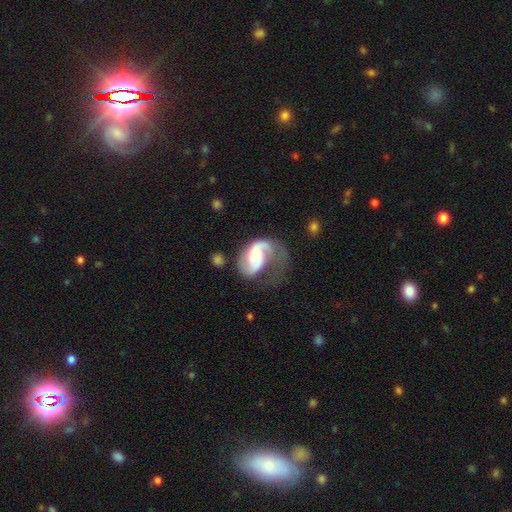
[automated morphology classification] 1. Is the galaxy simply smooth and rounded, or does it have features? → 74% featured or disk, 20% smooth, 6% star or artifact.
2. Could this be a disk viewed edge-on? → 98% no, 2% yes.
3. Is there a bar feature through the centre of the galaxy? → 54% no, 34% weak, 12% strong.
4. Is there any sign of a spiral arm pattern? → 91% yes, 9% no.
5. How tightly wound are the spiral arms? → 42% loose, 39% medium, 19% tight.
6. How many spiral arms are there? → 49% 1, 42% 2, 5% can't tell, 1% 3, 1% 4, 1% more than 4.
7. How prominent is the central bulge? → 28% small, 25% none, 23% moderate, 18% large, 5% dominant.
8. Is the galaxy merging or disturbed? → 55% major disturbance, 21% none, 19% minor disturbance, 5% merger.